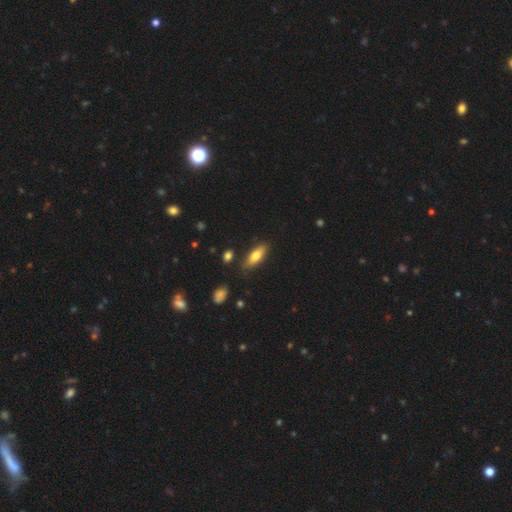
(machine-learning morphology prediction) A smooth galaxy with no disk features (71%) that is in between round and cigar-shaped (63%).

Vote fractions:
- Smooth or featured? smooth: 71% / featured or disk: 22% / star or artifact: 7%
- How rounded? in between: 63% / cigar-shaped: 35% / round: 3%
- Merging? none: 81% / minor disturbance: 14% / merger: 3% / major disturbance: 3%